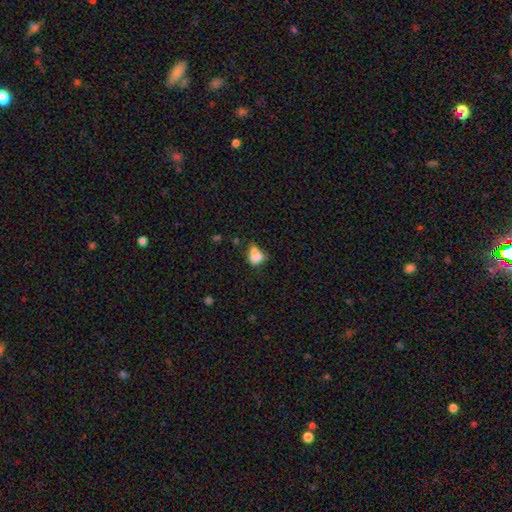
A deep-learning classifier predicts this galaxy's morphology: Smooth or featured? smooth (73%)
How rounded? in between (68%)
Merging? merger (50%)